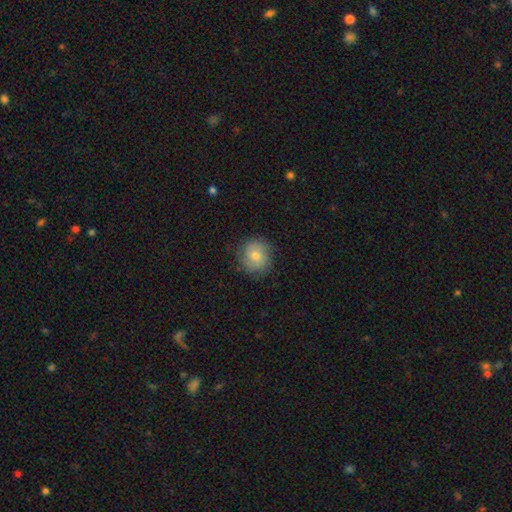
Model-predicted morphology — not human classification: smooth_or_featured: smooth (p=0.68) [alt: featured or disk p=0.24]
how_rounded: round (p=0.85) [alt: in between p=0.14]
merging: none (p=0.80) [alt: minor disturbance p=0.14]